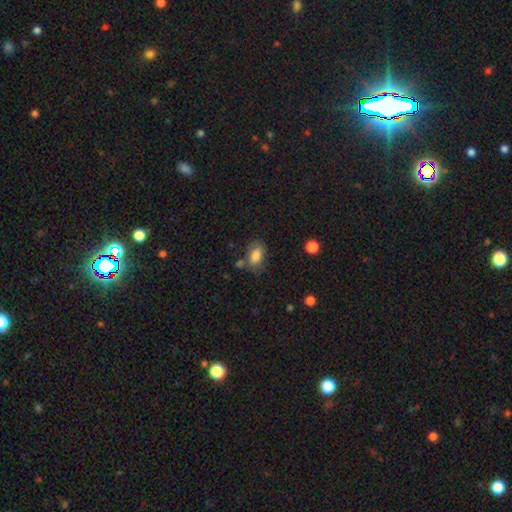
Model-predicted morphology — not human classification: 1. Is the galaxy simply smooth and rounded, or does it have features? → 82% smooth, 10% featured or disk, 8% star or artifact.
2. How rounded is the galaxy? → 89% in between, 9% round, 2% cigar-shaped.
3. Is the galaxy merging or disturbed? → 63% none, 21% minor disturbance, 9% merger, 7% major disturbance.